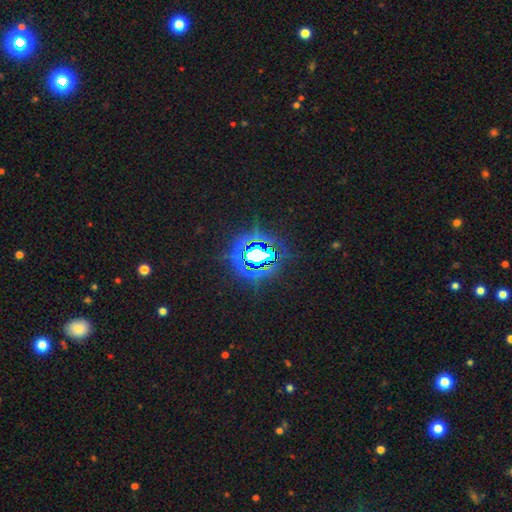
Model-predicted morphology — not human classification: The model was most divided on "smooth or featured": star or artifact: 80%, smooth: 11%, featured or disk: 10%.